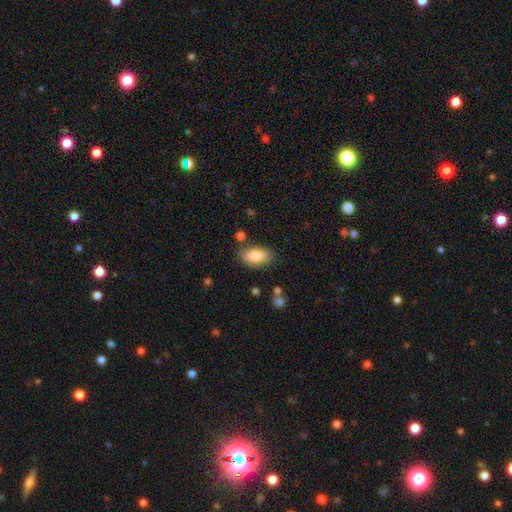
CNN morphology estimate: smooth 83%, featured or disk 10%, star or artifact 7%. Down the decision tree: how rounded — in between (92%); merging — none (81%).